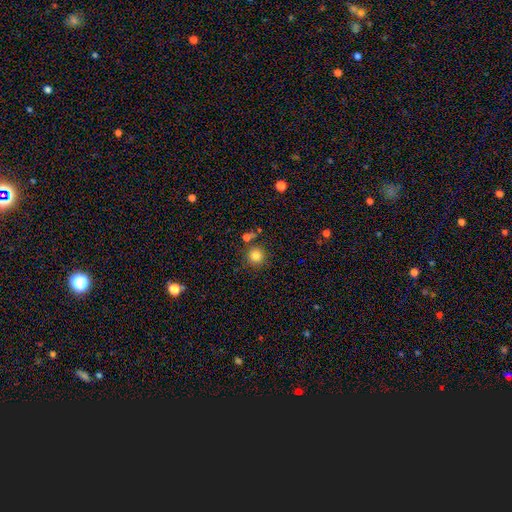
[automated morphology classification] This is clearly a smooth galaxy (83%). How rounded: clearly round (94%). Merging: likely none (79%).